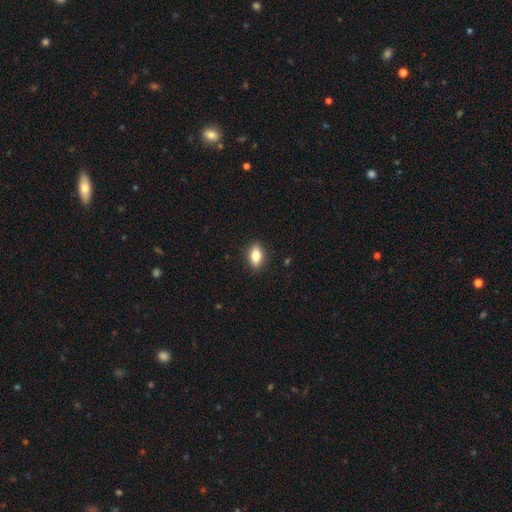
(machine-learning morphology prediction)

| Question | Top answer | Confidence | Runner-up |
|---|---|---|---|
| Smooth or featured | smooth | 81% | featured or disk (11%) |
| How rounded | in between | 84% | round (11%) |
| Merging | none | 88% | minor disturbance (9%) |